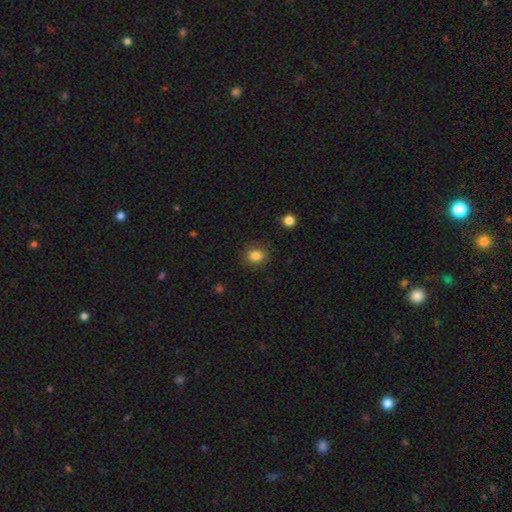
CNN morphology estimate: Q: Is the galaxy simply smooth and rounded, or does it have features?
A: smooth — 84%.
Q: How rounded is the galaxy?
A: round — 56%.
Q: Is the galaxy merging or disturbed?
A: none — 85%.